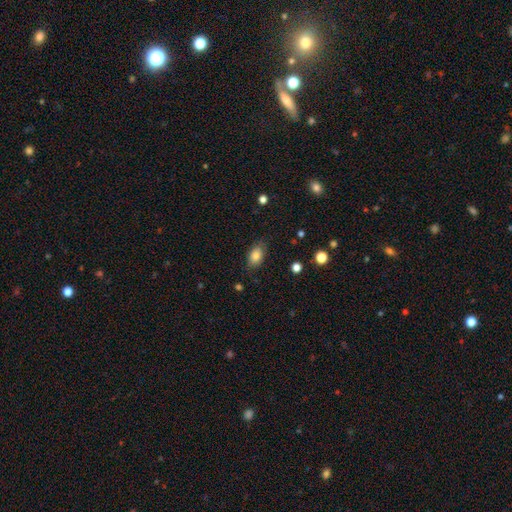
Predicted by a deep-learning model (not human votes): Smooth or featured? smooth (82%)
How rounded? in between (88%)
Merging? none (80%)